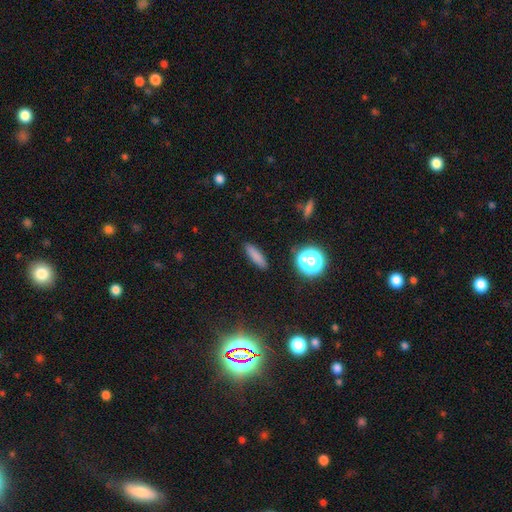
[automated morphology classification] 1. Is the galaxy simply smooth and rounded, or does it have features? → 80% smooth, 11% star or artifact, 9% featured or disk.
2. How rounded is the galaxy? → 68% cigar-shaped, 28% in between, 4% round.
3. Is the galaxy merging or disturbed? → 88% none, 8% minor disturbance, 2% major disturbance, 2% merger.